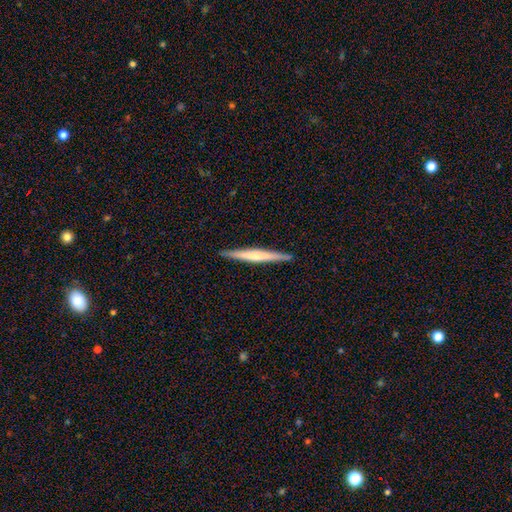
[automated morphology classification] A featured or disk galaxy (53%) viewed edge-on (97%) with no central bulge (50%). Merging: none (91%).